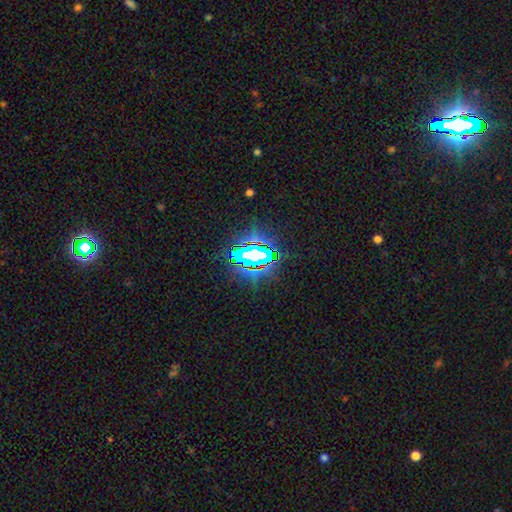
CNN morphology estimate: This appears to be a star or artifact, not a galaxy (73%).